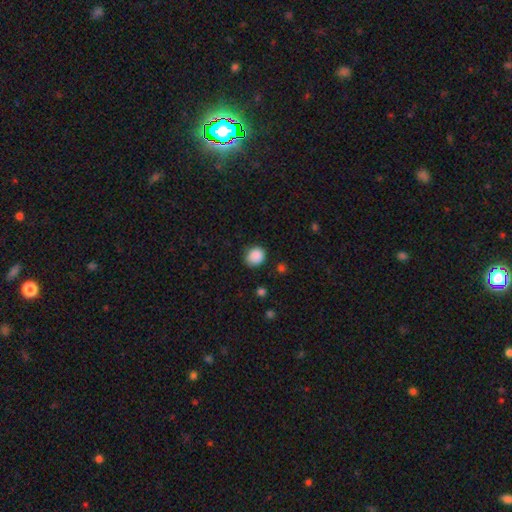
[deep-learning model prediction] Smooth or featured?
  - smooth: 88% *
  - star or artifact: 9%
  - featured or disk: 3%
How rounded?
  - round: 73% *
  - in between: 26%
  - cigar-shaped: 1%
Merging?
  - none: 80% *
  - minor disturbance: 15%
  - major disturbance: 3%
  - merger: 2%